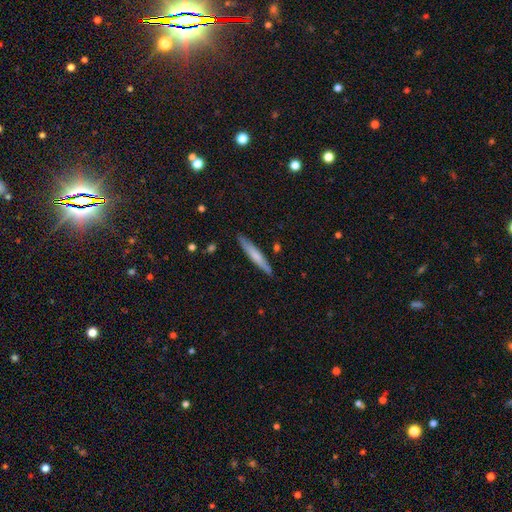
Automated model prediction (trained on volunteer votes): The model was most divided on "smooth or featured": smooth: 60%, featured or disk: 34%, star or artifact: 6%. More confident: how rounded — cigar-shaped (94%); merging — none (88%).